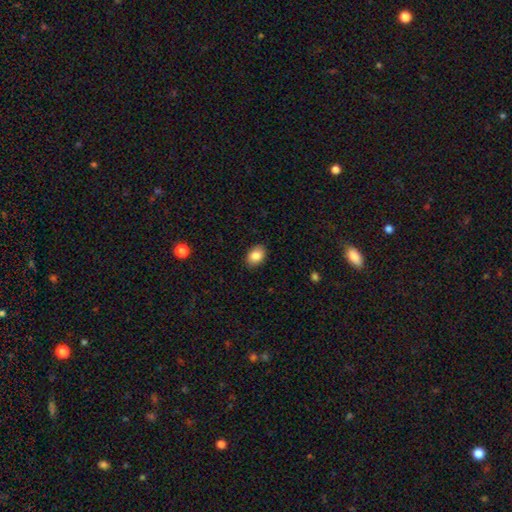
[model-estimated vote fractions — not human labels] This appears to be a smooth galaxy with no disk features (86%) that is in between round and cigar-shaped (81%). Merging: none (88%).